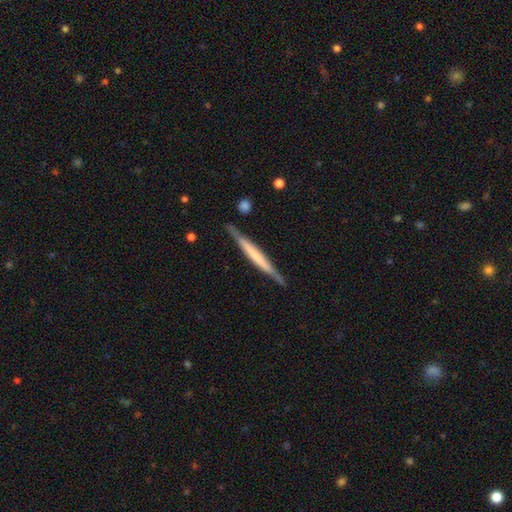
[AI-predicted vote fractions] Smooth or featured: featured or disk — 57% (smooth — 38%)
Edge-on disk: yes — 96% (no — 4%)
Edge-on bulge: none — 62% (boxy — 23%)
Merging: none — 83% (minor disturbance — 13%)